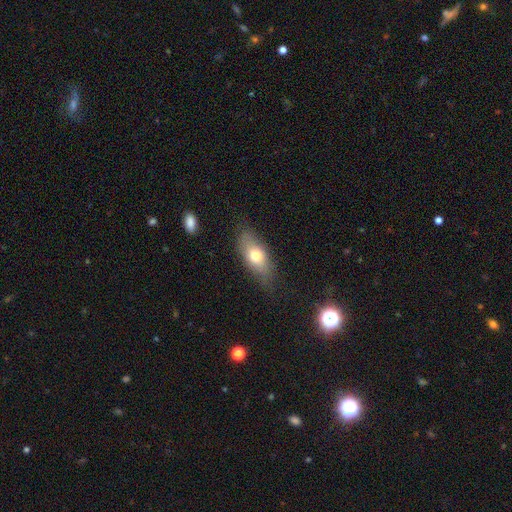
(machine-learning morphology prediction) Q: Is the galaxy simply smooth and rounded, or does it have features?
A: smooth — 68%.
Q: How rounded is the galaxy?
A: in between — 79%.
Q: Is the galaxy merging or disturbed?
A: none — 72%.